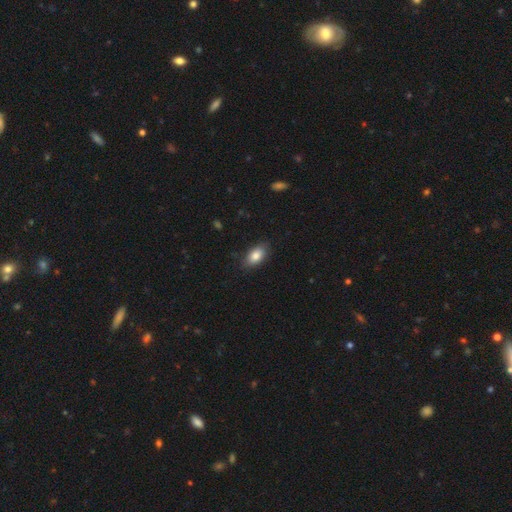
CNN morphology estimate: A smooth galaxy with no disk features (84%) that is in between round and cigar-shaped (91%). Merging: none (83%).